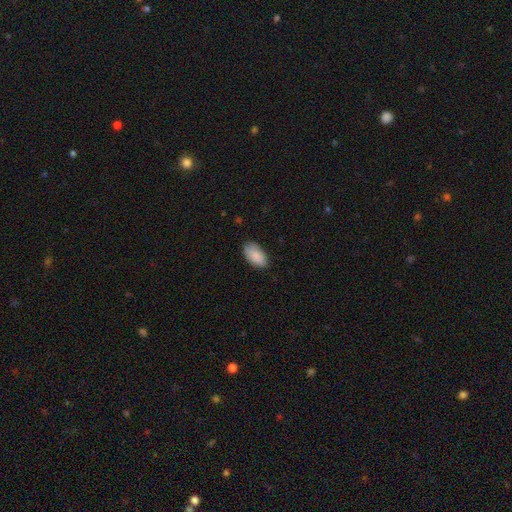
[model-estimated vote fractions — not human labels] smooth_or_featured: smooth (p=0.89) [alt: star or artifact p=0.06]
how_rounded: in between (p=0.95) [alt: round p=0.03]
merging: none (p=0.80) [alt: minor disturbance p=0.16]